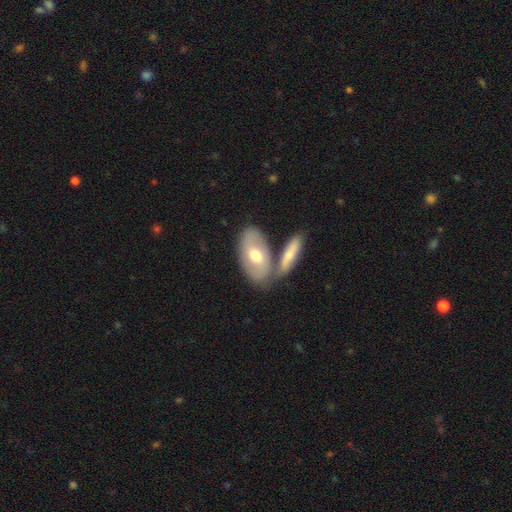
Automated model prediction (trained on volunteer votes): Overall: smooth (55%; featured or disk 40%). How rounded: in between (89%). Merging: none (55%; merger 29%).